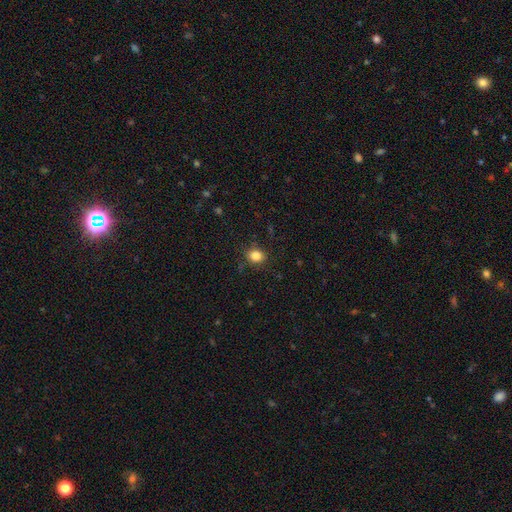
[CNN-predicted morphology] smooth 84%, star or artifact 11%, featured or disk 5%. Down the decision tree: how rounded — round (55%); merging — none (84%).